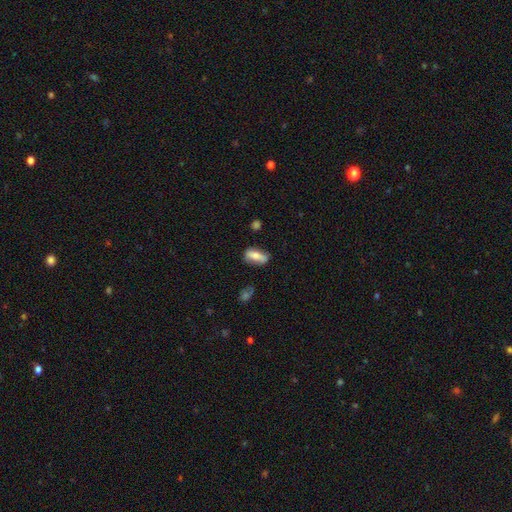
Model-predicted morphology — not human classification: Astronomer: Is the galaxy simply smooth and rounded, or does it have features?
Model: smooth — 68%.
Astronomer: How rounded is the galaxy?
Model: in between — 77%.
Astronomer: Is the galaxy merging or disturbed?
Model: none — 72%.